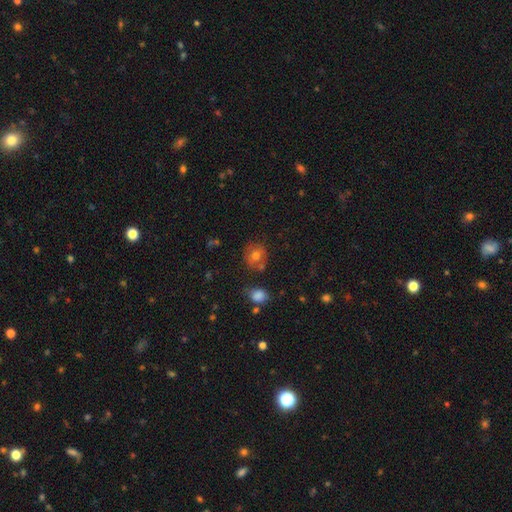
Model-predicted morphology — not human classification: Smooth or featured: smooth — 67% (featured or disk — 20%)
How rounded: round — 78% (in between — 21%)
Merging: none — 71% (minor disturbance — 15%)